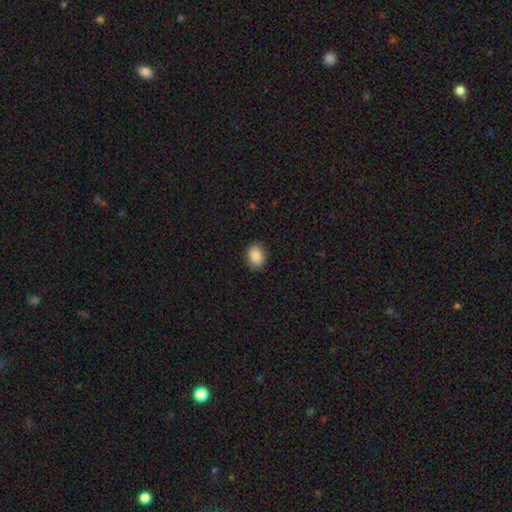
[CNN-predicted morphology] A smooth galaxy with no disk features (88%) that is in between round and cigar-shaped (55%). Merging: none (84%).